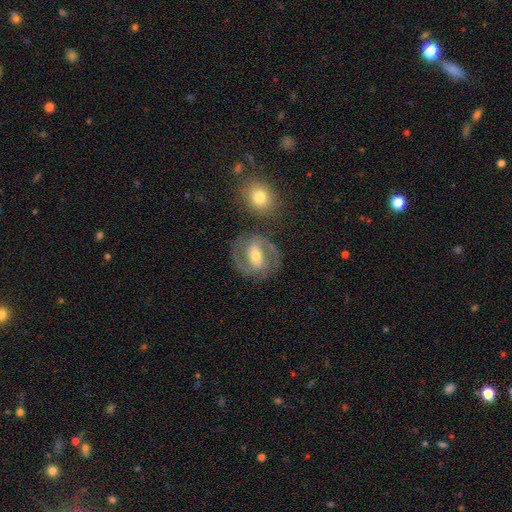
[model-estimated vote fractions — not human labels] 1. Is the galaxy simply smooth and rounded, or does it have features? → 81% featured or disk, 13% smooth, 6% star or artifact.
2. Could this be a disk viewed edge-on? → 97% no, 3% yes.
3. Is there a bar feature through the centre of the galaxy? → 49% strong, 35% weak, 15% no.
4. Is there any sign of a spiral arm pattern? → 91% yes, 9% no.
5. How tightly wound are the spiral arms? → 56% medium, 32% tight, 12% loose.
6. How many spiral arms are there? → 91% 2, 4% can't tell, 2% 1, 2% 3, 1% 4, 1% more than 4.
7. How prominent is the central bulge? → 66% moderate, 26% small, 6% large, 1% none, 1% dominant.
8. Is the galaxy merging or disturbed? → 77% none, 12% minor disturbance, 6% merger, 5% major disturbance.